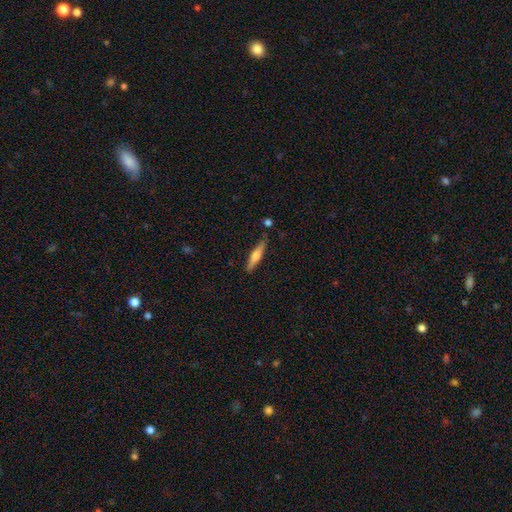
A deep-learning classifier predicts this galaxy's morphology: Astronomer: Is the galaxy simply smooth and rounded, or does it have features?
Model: smooth — 55% (runner-up: featured or disk, 40%).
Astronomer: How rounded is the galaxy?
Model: cigar-shaped — 86%.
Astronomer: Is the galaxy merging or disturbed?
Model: none — 84%.